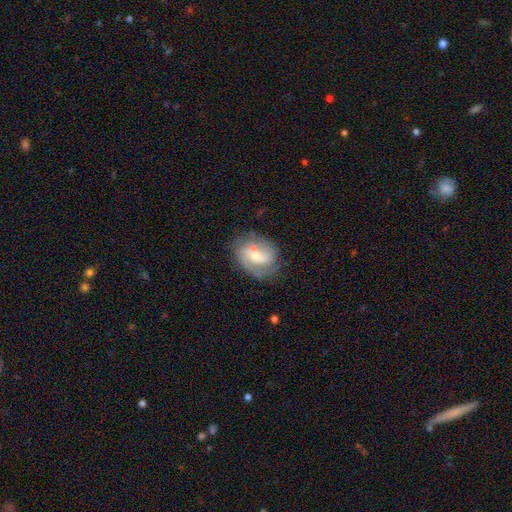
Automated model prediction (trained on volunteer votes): smooth_or_featured: featured or disk (p=0.69) [alt: smooth p=0.24]
disk_edge_on: no (p=0.96) [alt: yes p=0.04]
bar: weak (p=0.44) [alt: no p=0.39]
has_spiral_arms: yes (p=0.85) [alt: no p=0.15]
spiral_winding: medium (p=0.43) [alt: tight p=0.35]
spiral_arm_count: 2 (p=0.60) [alt: can't tell p=0.20]
bulge_size: moderate (p=0.50) [alt: small p=0.44]
merging: none (p=0.66) [alt: minor disturbance p=0.21]